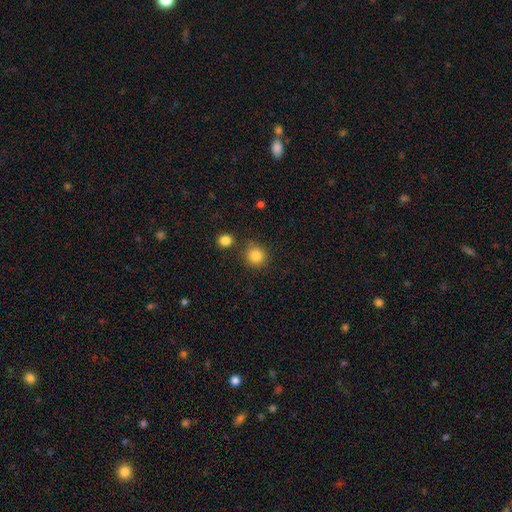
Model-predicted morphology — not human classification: Smooth or featured?
  - smooth: 85% *
  - star or artifact: 10%
  - featured or disk: 5%
How rounded?
  - round: 90% *
  - in between: 9%
  - cigar-shaped: 1%
Merging?
  - none: 78% *
  - minor disturbance: 11%
  - merger: 8%
  - major disturbance: 4%